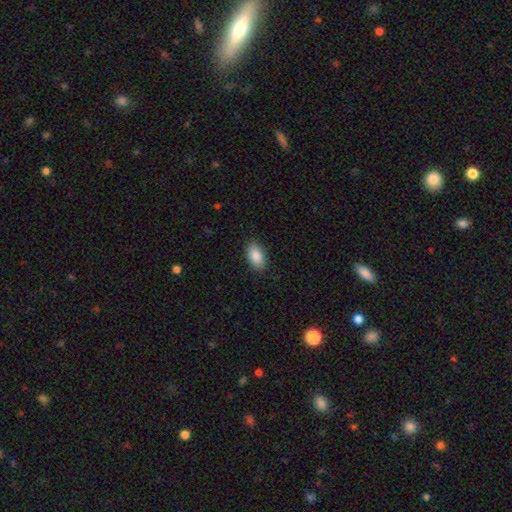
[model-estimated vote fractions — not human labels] smooth 88%, star or artifact 7%, featured or disk 5%. Down the decision tree: how rounded — in between (94%); merging — none (89%).